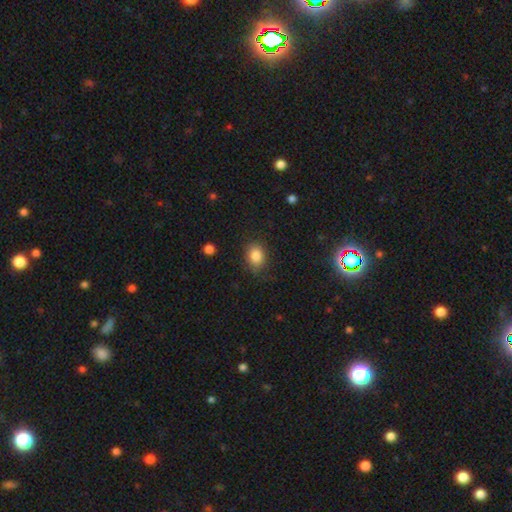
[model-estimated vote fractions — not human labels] Smooth or featured? Predicted: smooth (p=0.85). How rounded? Predicted: in between (p=0.58). Merging? Predicted: none (p=0.77).